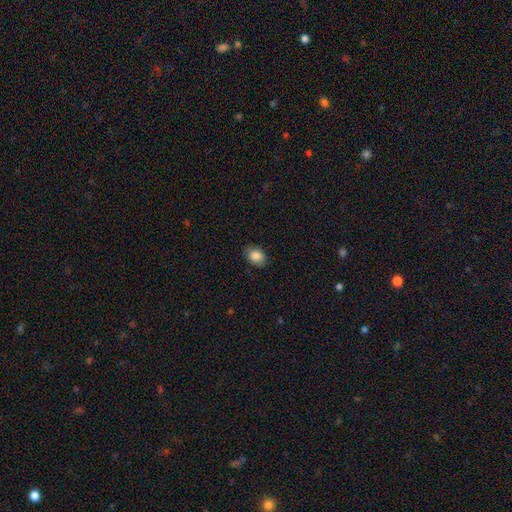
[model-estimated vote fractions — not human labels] smooth-or-featured: smooth: 85% | star or artifact: 8% | featured or disk: 7%
  how-rounded: in between: 77% | round: 22% | cigar-shaped: 1%
  merging: none: 83% | minor disturbance: 13% | major disturbance: 3% | merger: 1%